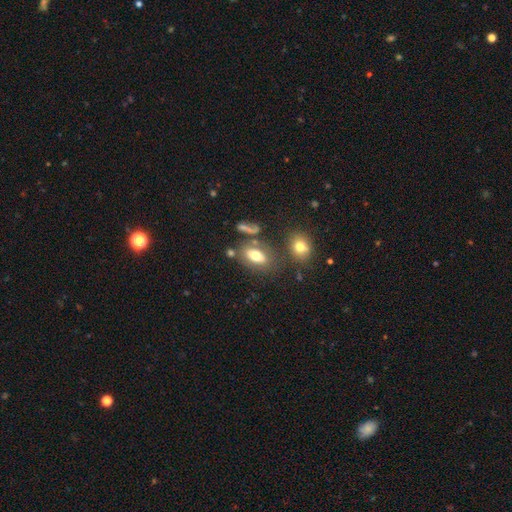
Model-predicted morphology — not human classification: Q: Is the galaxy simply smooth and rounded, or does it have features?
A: smooth — 71%.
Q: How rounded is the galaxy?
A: in between — 84%.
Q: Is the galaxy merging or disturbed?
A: none — 61%.